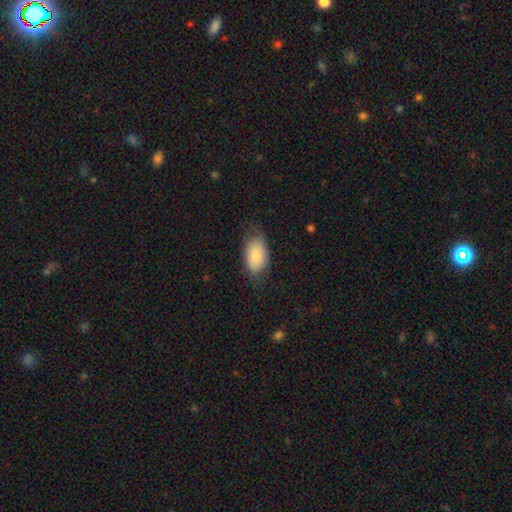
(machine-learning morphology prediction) A smooth galaxy with no disk features (85%) that is in between round and cigar-shaped (93%). Merging: none (68%).